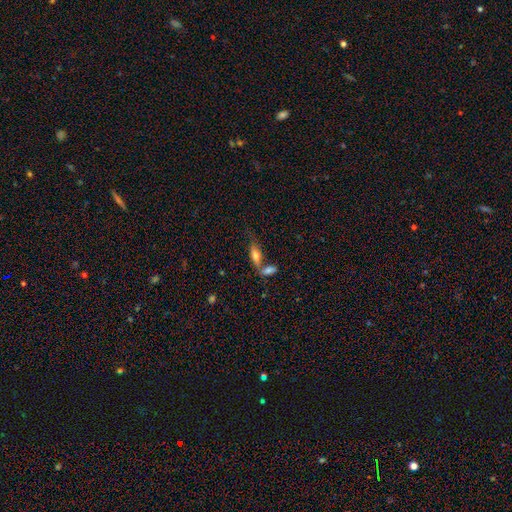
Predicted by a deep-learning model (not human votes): Q: Smooth or featured?
A: smooth (65%); runner-up: featured or disk (27%)
Q: How rounded?
A: in between (63%); runner-up: cigar-shaped (34%)
Q: Merging?
A: none (44%); runner-up: merger (38%)